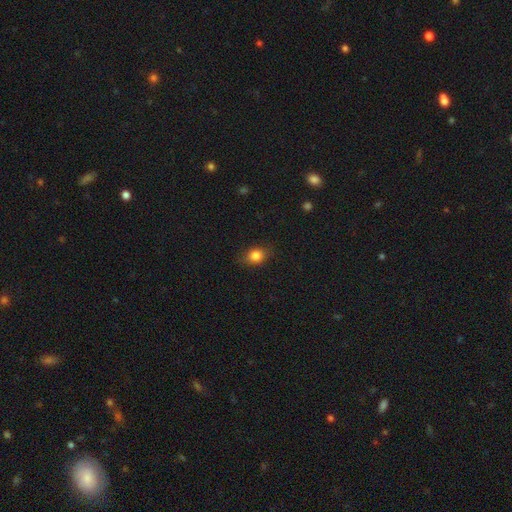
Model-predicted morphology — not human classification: A smooth galaxy with no disk features (82%) that is round (55%).

Vote fractions:
- Smooth or featured? smooth: 82% / star or artifact: 11% / featured or disk: 7%
- How rounded? round: 55% / in between: 43% / cigar-shaped: 2%
- Merging? none: 82% / minor disturbance: 14% / major disturbance: 3% / merger: 1%